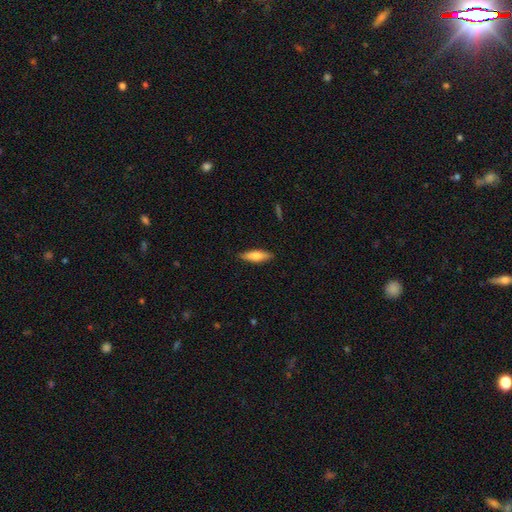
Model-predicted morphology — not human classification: This is likely a smooth galaxy (75%). How rounded: possibly cigar-shaped (54%). Merging: clearly none (86%).